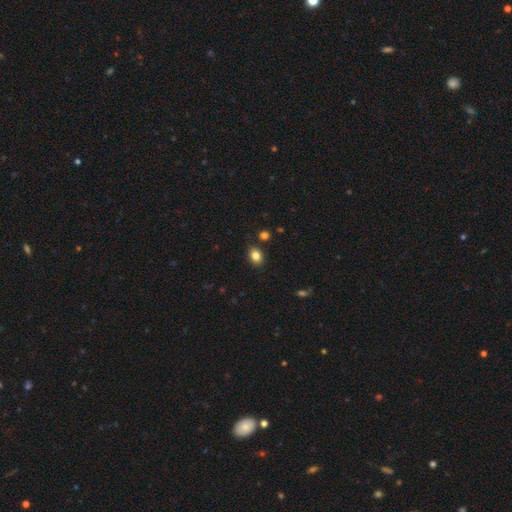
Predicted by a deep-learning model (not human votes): smooth 83%, star or artifact 10%, featured or disk 6%. Down the decision tree: how rounded — in between (66%); merging — none (84%).